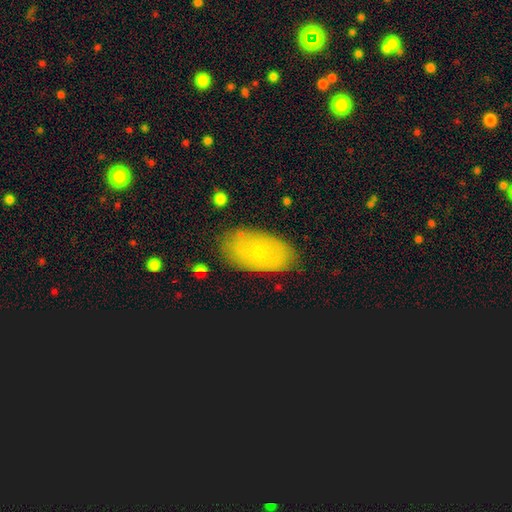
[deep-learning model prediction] smooth 40%, star or artifact 31%, featured or disk 29%. Down the decision tree: merging — none (86%).